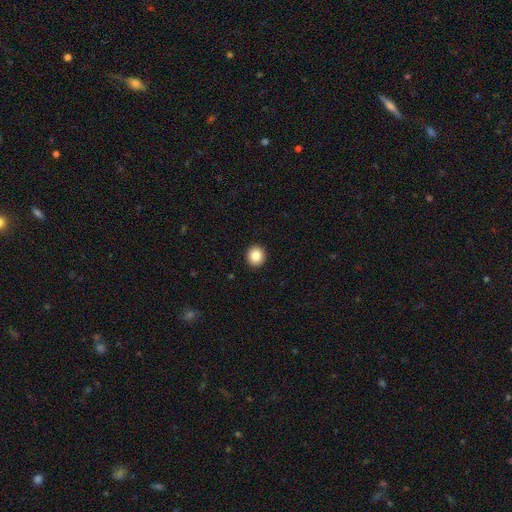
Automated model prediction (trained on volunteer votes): smooth 85%, star or artifact 9%, featured or disk 6%. Down the decision tree: how rounded — round (91%); merging — none (93%).